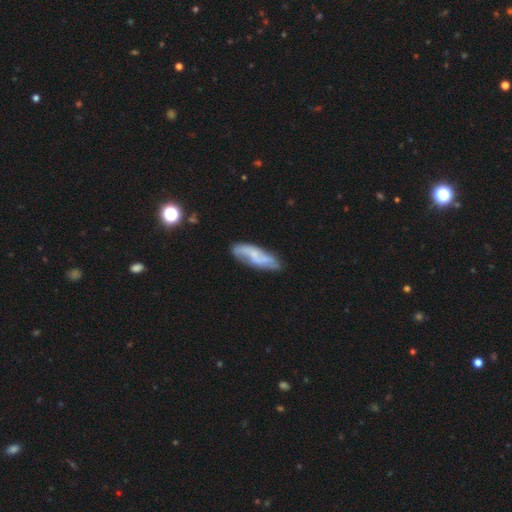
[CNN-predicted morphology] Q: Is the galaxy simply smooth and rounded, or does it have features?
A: featured or disk — 57%.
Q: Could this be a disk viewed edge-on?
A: no — 79%.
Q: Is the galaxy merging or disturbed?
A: none — 69%.